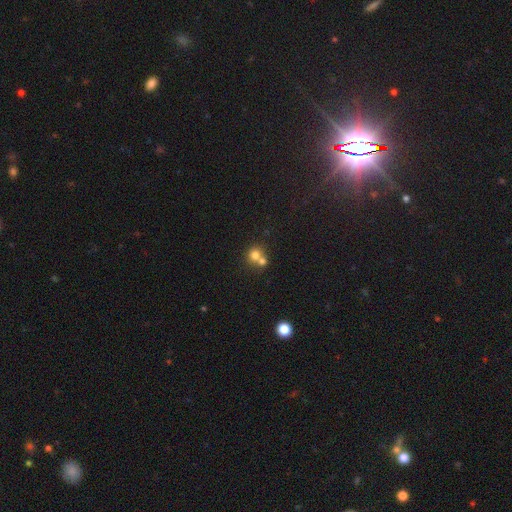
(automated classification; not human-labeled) smooth 75%, featured or disk 13%, star or artifact 12%. Down the decision tree: how rounded — round (85%); merging — merger (55%).